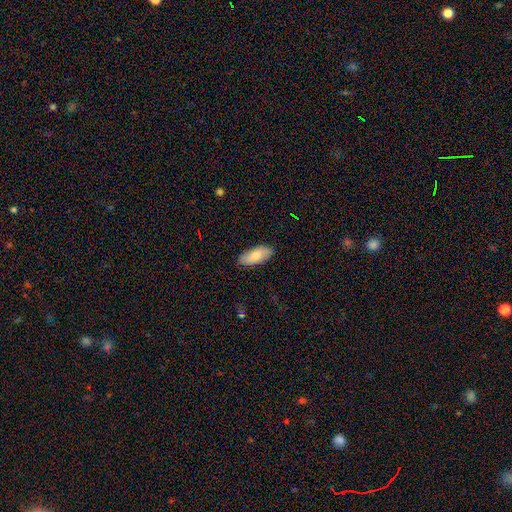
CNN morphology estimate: smooth-or-featured: smooth: 77% | featured or disk: 17% | star or artifact: 6%
  how-rounded: in between: 85% | cigar-shaped: 13% | round: 2%
  merging: none: 87% | minor disturbance: 10% | major disturbance: 2% | merger: 1%